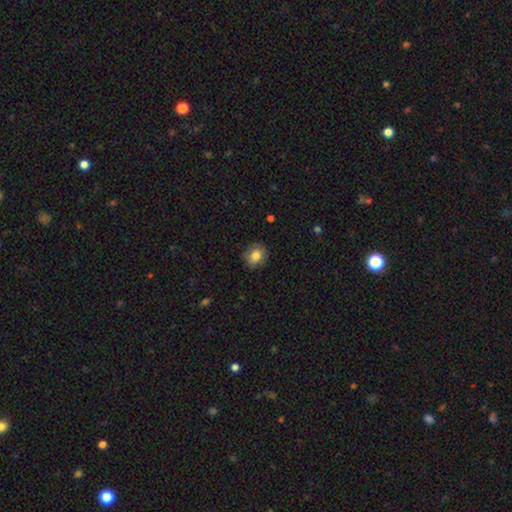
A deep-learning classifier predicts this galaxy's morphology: Overall: smooth (82%). How rounded: round (65%; in between 34%). Merging: none (82%).